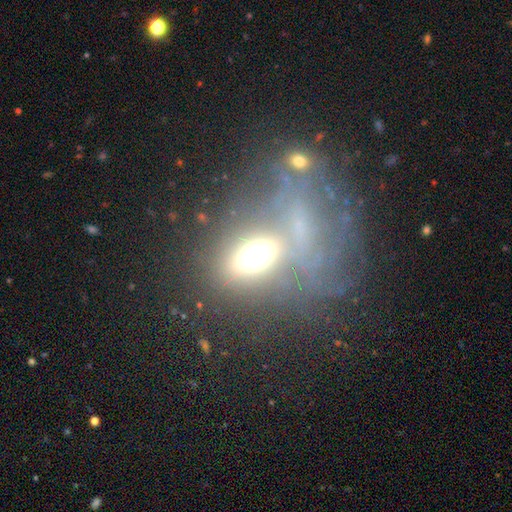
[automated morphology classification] A smooth galaxy with no disk features (38%). Merging: none (44%).